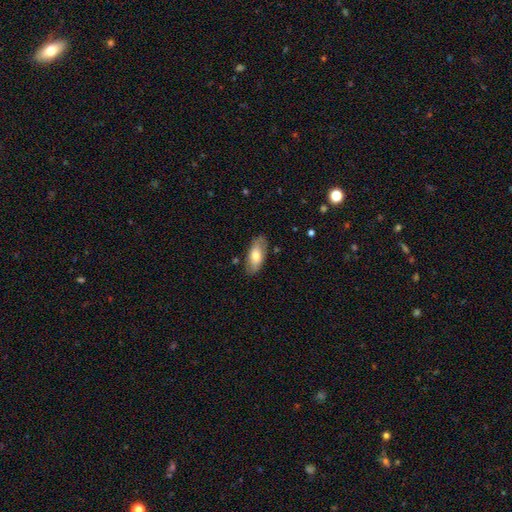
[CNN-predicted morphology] Smooth or featured? Predicted: smooth (p=0.66). How rounded? Predicted: in between (p=0.86). Merging? Predicted: none (p=0.77).